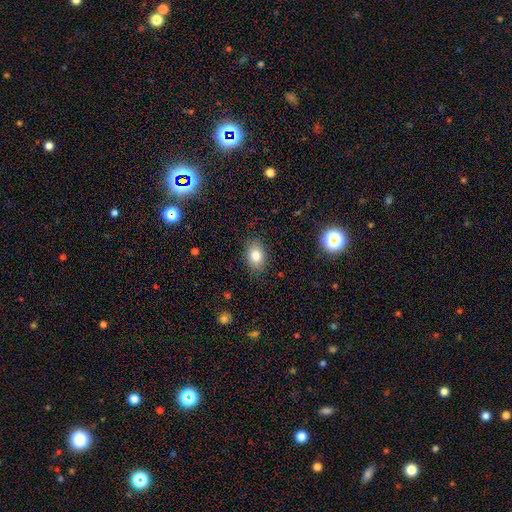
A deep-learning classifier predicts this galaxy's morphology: smooth_or_featured: smooth (p=0.80) [alt: star or artifact p=0.10]
how_rounded: in between (p=0.79) [alt: round p=0.20]
merging: none (p=0.86) [alt: minor disturbance p=0.10]